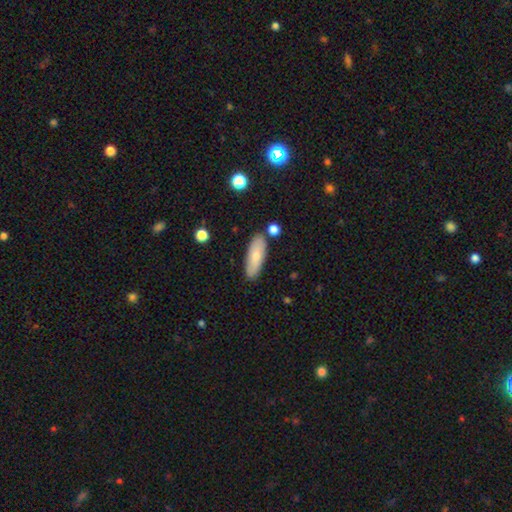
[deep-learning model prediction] This is likely a smooth galaxy (76%). How rounded: likely in between (64%). Merging: clearly none (83%).